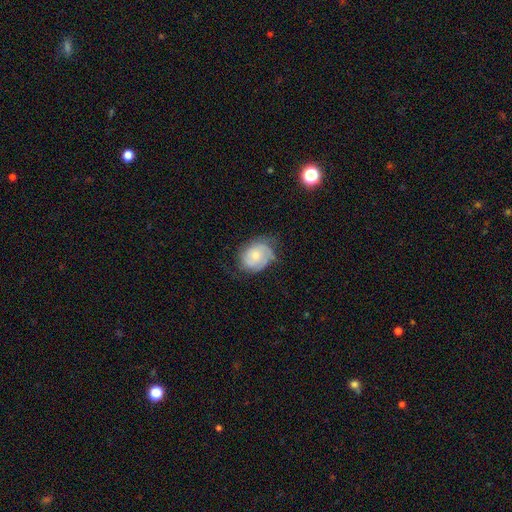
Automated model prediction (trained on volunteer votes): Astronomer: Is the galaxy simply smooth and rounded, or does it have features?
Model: featured or disk — 57% (runner-up: smooth, 36%).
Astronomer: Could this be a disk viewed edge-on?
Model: no — 97%.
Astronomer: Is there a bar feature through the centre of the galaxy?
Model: no — 75%.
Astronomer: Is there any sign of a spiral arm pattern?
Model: yes — 86%.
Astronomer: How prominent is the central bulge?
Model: moderate — 46% (runner-up: small, 43%).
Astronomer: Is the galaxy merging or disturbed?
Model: none — 56%.